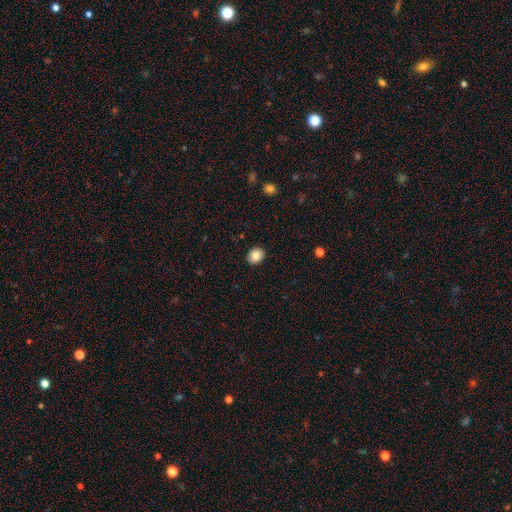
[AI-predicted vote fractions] A smooth galaxy with no disk features (83%) that is round (58%). Merging: none (90%).